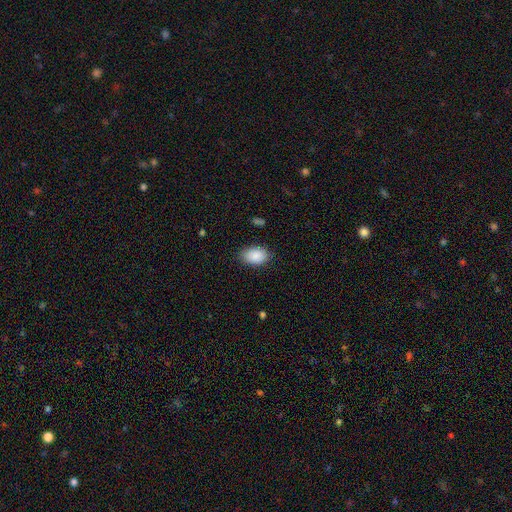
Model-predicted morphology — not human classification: Smooth or featured: smooth — 89% (star or artifact — 7%)
How rounded: in between — 88% (round — 11%)
Merging: none — 82% (minor disturbance — 14%)